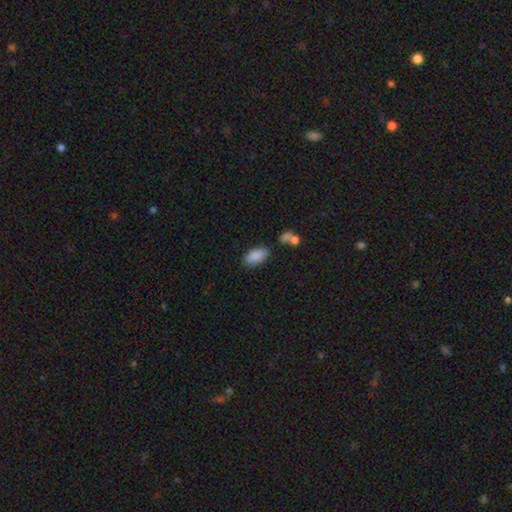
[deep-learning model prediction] Smooth or featured: smooth — 87% (star or artifact — 7%)
How rounded: in between — 92% (cigar-shaped — 5%)
Merging: none — 72% (minor disturbance — 16%)